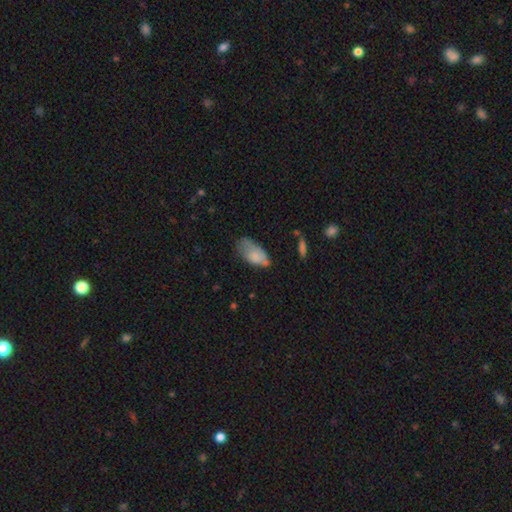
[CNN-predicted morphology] type=smooth (76%); roundness=in between (93%); merging=none (41%).